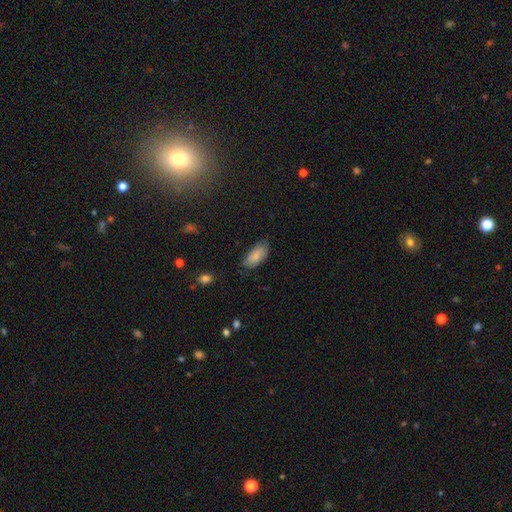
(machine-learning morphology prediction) Q: Smooth or featured?
A: smooth (85%); runner-up: featured or disk (9%)
Q: How rounded?
A: in between (88%); runner-up: cigar-shaped (10%)
Q: Merging?
A: none (70%); runner-up: minor disturbance (24%)